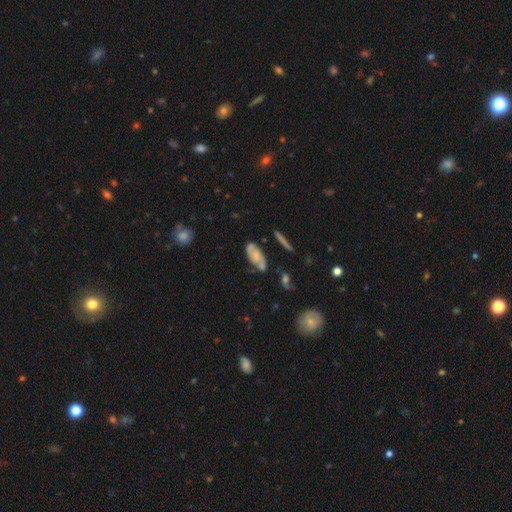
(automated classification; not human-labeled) This is possibly a featured or disk galaxy (50%). Merging: likely none (60%).